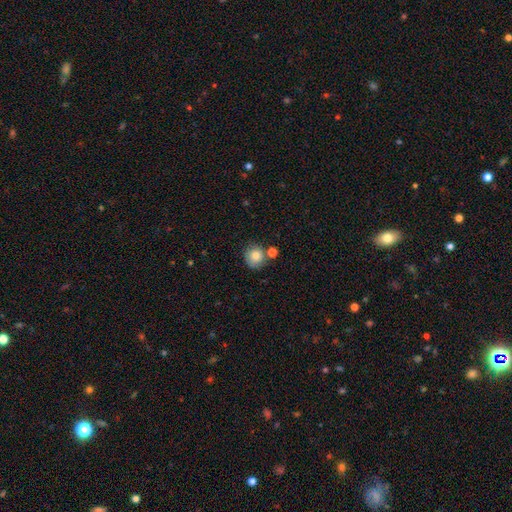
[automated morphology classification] type=smooth (78%); roundness=round (90%); merging=none (66%).